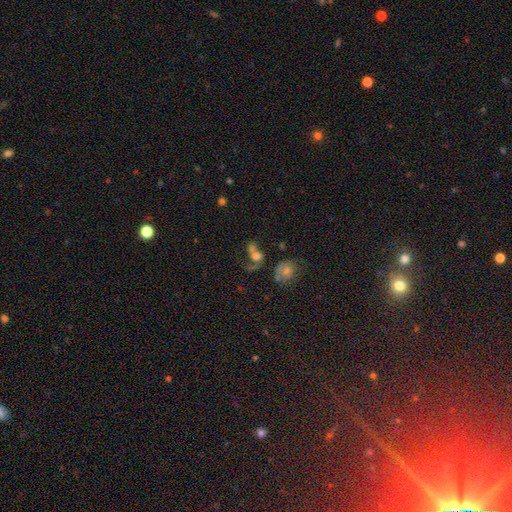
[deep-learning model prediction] smooth-or-featured: smooth: 41% | featured or disk: 40% | star or artifact: 19%
  merging: merger: 44% | major disturbance: 24% | none: 22% | minor disturbance: 10%